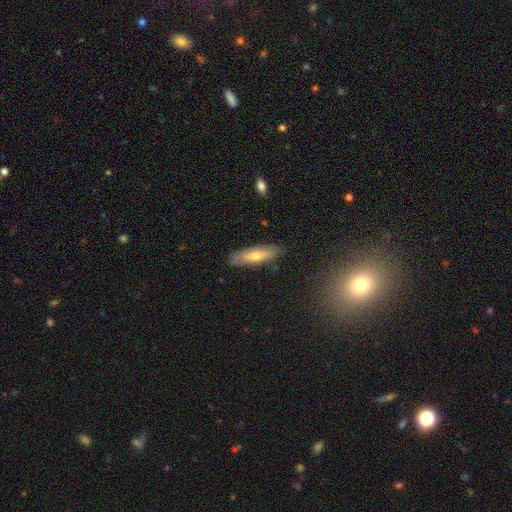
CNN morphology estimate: smooth_or_featured: smooth (p=0.53) [alt: featured or disk p=0.40]
how_rounded: cigar-shaped (p=0.64) [alt: in between p=0.34]
merging: none (p=0.85) [alt: minor disturbance p=0.11]